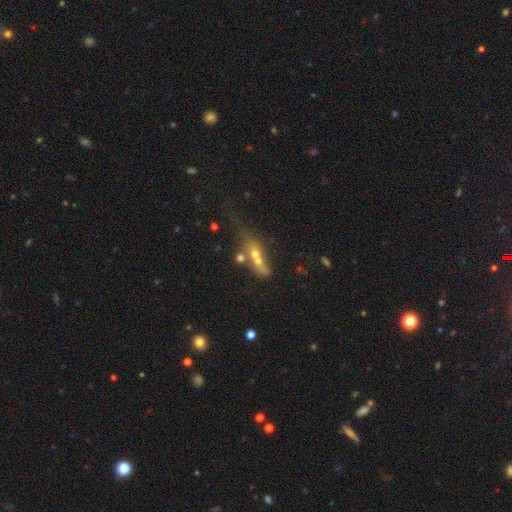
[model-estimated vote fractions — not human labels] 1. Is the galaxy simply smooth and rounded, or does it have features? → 45% smooth, 38% featured or disk, 17% star or artifact.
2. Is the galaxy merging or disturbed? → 44% merger, 25% none, 19% major disturbance, 13% minor disturbance.